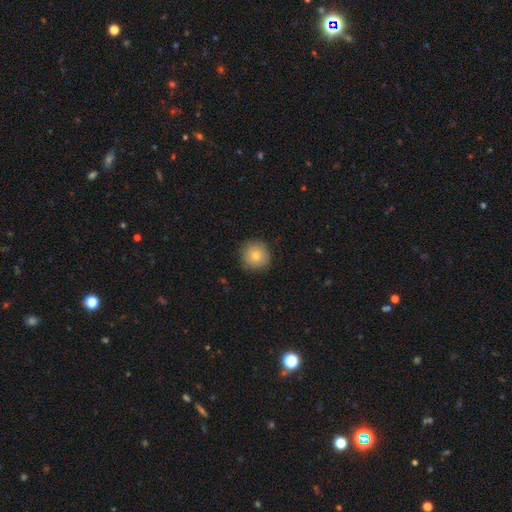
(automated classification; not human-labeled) Overall: smooth (79%). How rounded: round (94%). Merging: none (88%).